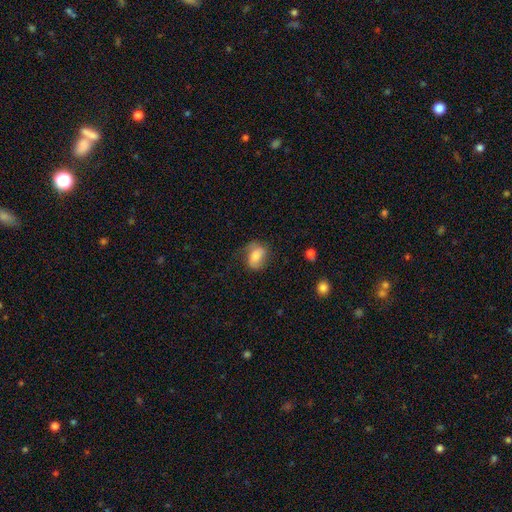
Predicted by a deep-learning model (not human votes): Smooth or featured: smooth — 72% (featured or disk — 20%)
How rounded: in between — 75% (round — 23%)
Merging: none — 55% (minor disturbance — 28%)